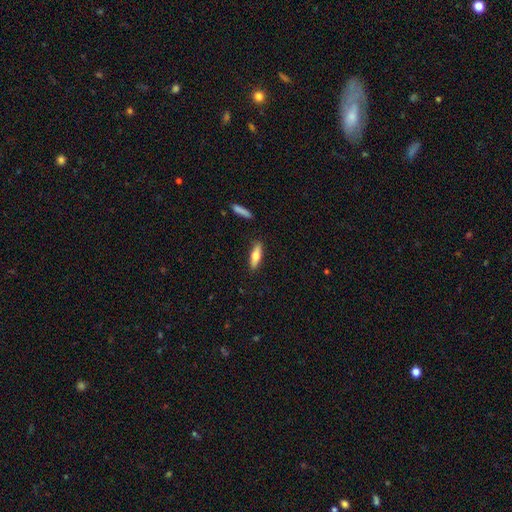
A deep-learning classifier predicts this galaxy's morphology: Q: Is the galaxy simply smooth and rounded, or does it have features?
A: smooth — 58%.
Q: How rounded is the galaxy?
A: cigar-shaped — 61%.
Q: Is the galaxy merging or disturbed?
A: none — 86%.